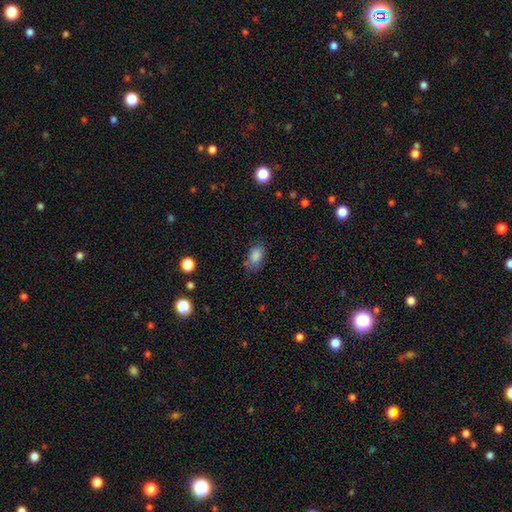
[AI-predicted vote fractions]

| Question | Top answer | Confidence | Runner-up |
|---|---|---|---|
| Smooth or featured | smooth | 85% | star or artifact (9%) |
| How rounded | in between | 89% | round (9%) |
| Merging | none | 74% | minor disturbance (19%) |